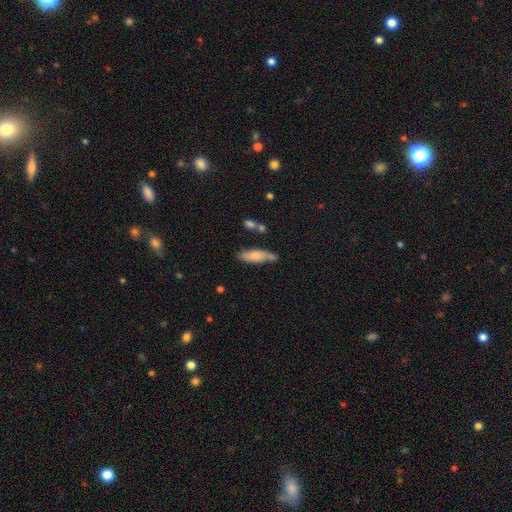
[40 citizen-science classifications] Smooth or featured? smooth (75%)
How rounded? in between (60%)
Merging? none (46%)